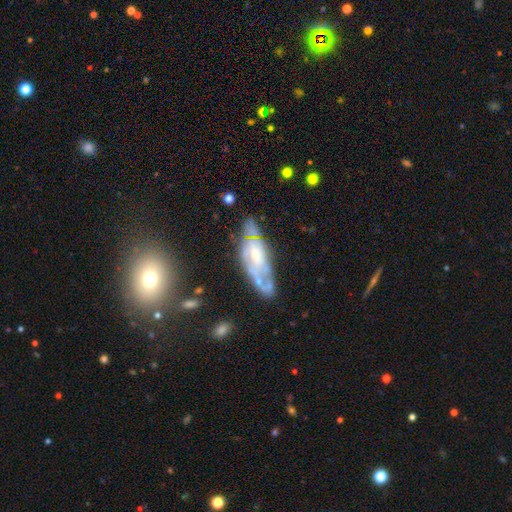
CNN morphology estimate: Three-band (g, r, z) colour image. It shows a featured or disk galaxy (67%) with no bar (66%), spiral arms (59%) and a small central bulge (48%). Merging: none (47%).